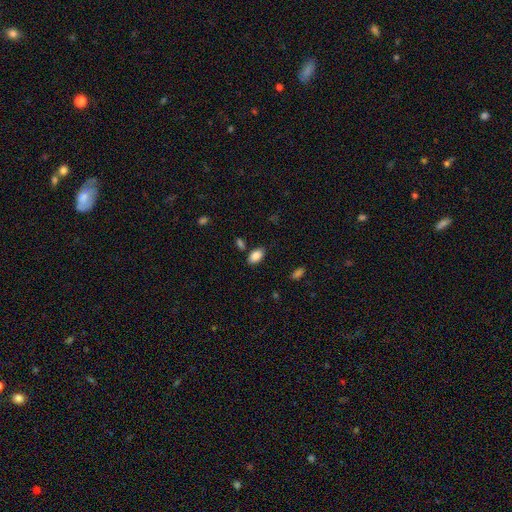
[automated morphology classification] A smooth galaxy with no disk features (87%) that is in between round and cigar-shaped (93%).

Vote fractions:
- Smooth or featured? smooth: 87% / star or artifact: 7% / featured or disk: 6%
- How rounded? in between: 93% / round: 5% / cigar-shaped: 2%
- Merging? none: 81% / minor disturbance: 11% / merger: 5% / major disturbance: 3%